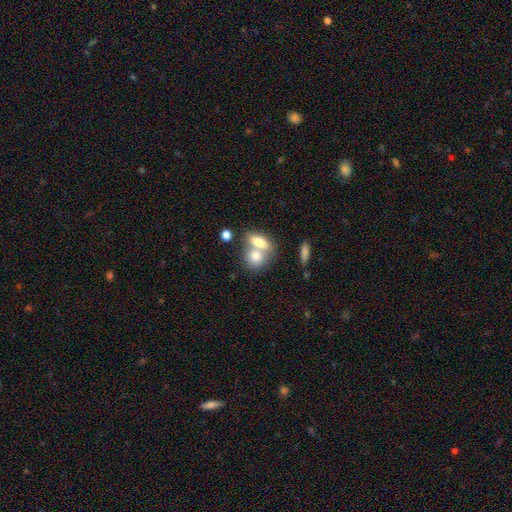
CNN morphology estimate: smooth_or_featured: smooth (p=0.75) [alt: featured or disk p=0.17]
how_rounded: in between (p=0.60) [alt: round p=0.36]
merging: merger (p=0.65) [alt: none p=0.26]